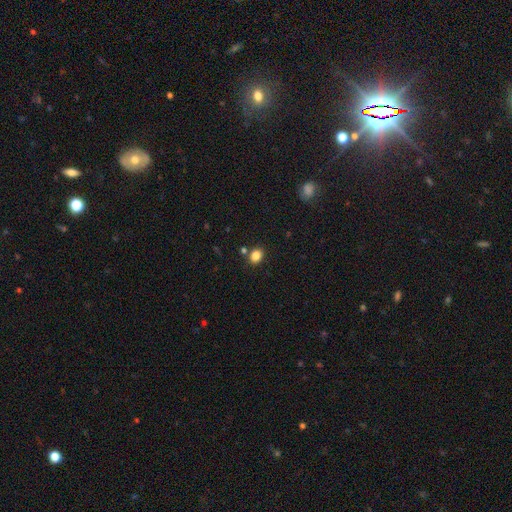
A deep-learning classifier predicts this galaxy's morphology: This is clearly a smooth galaxy (84%). How rounded: possibly round (53%). Merging: likely none (79%).